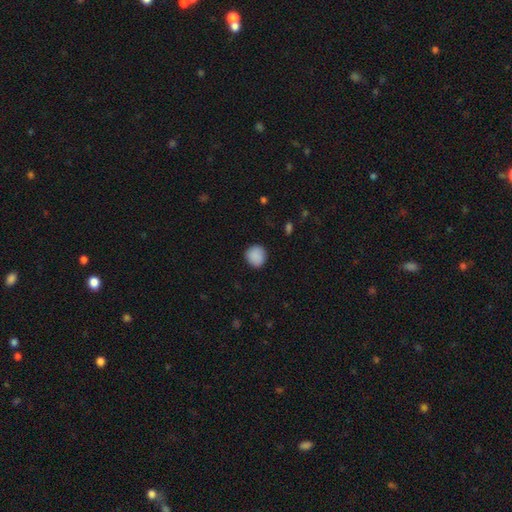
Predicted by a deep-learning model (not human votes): smooth 89%, star or artifact 8%, featured or disk 3%. Down the decision tree: how rounded — round (88%); merging — none (87%).